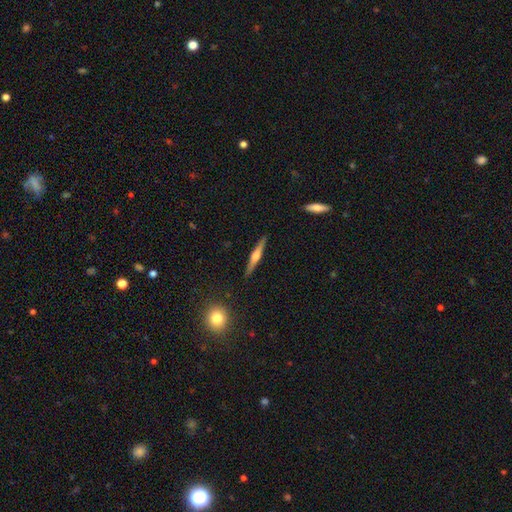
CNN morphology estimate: type=featured or disk (64%); edge-on=yes (98%); edge-on bulge=rounded (83%); merging=none (90%).